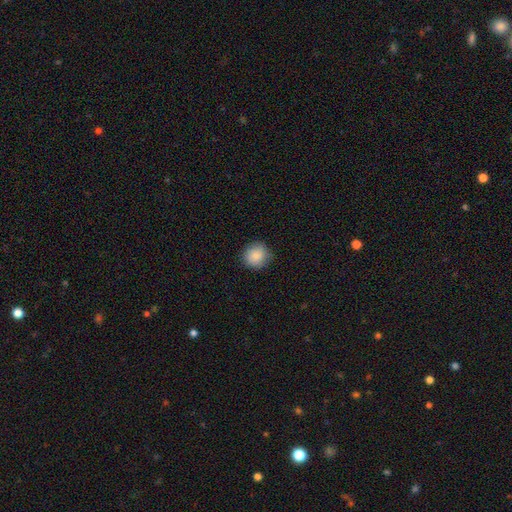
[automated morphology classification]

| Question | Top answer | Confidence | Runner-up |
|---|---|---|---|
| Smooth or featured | smooth | 86% | star or artifact (8%) |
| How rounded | round | 91% | in between (8%) |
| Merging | none | 84% | minor disturbance (12%) |